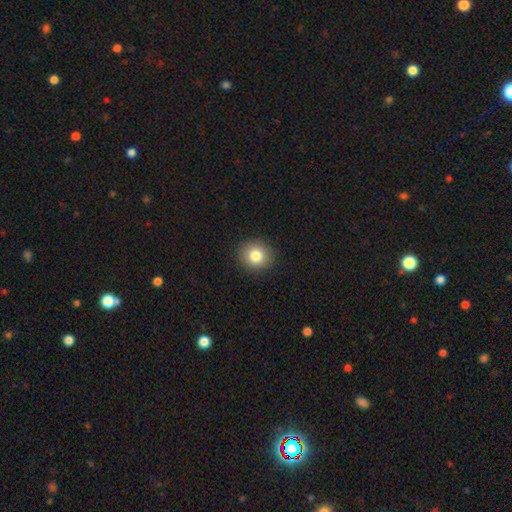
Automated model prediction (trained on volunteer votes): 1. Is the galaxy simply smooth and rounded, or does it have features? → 82% smooth, 10% star or artifact, 8% featured or disk.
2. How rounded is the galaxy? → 83% round, 16% in between, 1% cigar-shaped.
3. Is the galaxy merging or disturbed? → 91% none, 6% minor disturbance, 2% major disturbance, 1% merger.